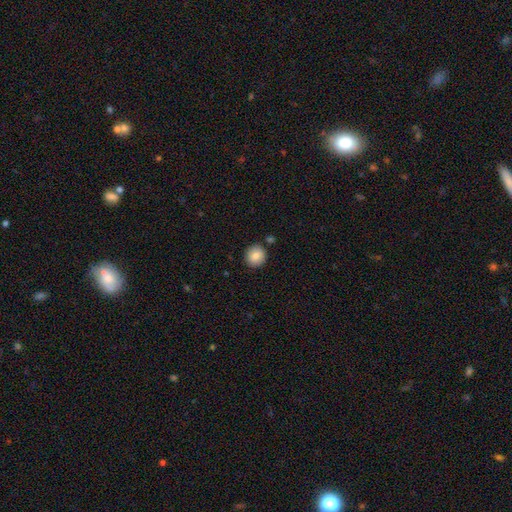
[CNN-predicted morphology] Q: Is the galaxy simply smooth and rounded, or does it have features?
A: smooth — 86%.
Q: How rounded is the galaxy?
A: round — 88%.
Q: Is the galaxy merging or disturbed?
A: none — 87%.